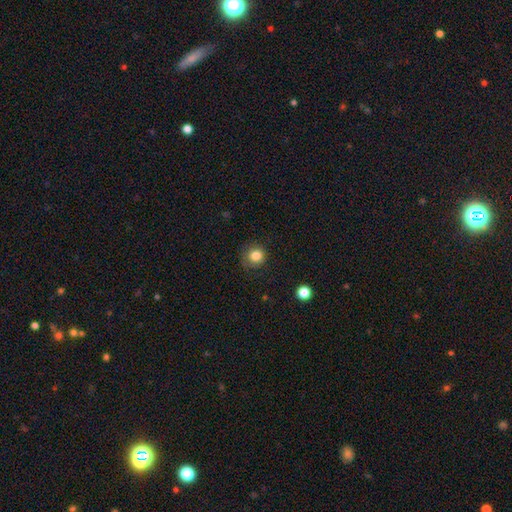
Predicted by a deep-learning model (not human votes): This is clearly a smooth galaxy (83%). How rounded: clearly round (88%). Merging: likely none (78%).